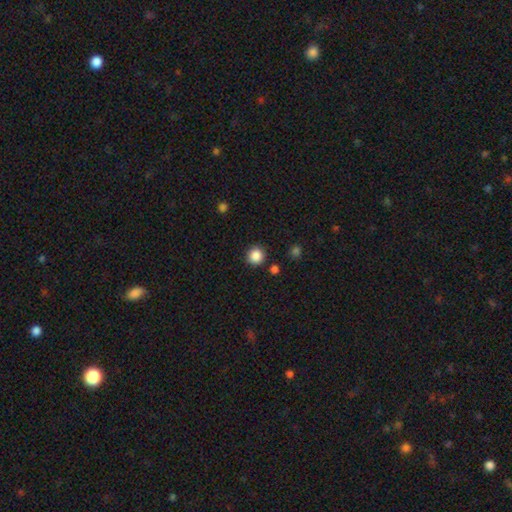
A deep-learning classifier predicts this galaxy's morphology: The model was most divided on "smooth or featured": smooth: 86%, star or artifact: 10%, featured or disk: 3%. More confident: how rounded — round (94%); merging — none (89%).